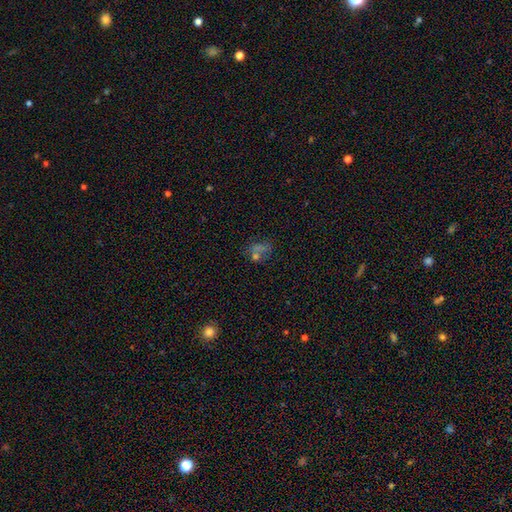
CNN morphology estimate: Smooth or featured: star or artifact — 40% (smooth — 39%)